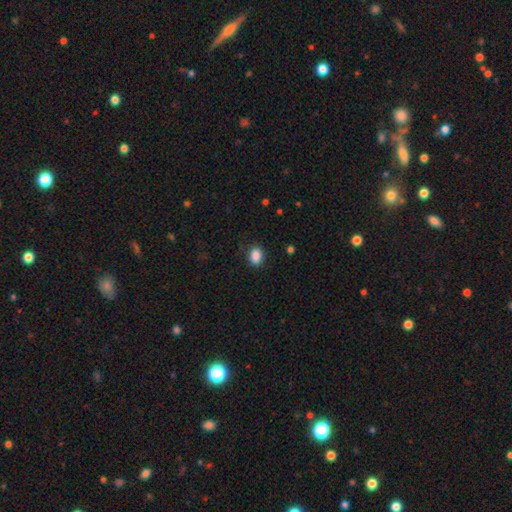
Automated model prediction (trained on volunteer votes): Morphology: type=smooth (88%); roundness=in between (70%); merging=none (86%).